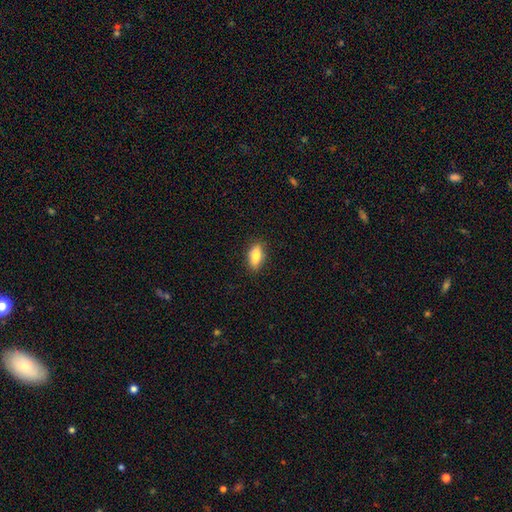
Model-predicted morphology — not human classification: smooth_or_featured: smooth (p=0.81) [alt: featured or disk p=0.12]
how_rounded: in between (p=0.84) [alt: cigar-shaped p=0.12]
merging: none (p=0.86) [alt: minor disturbance p=0.10]